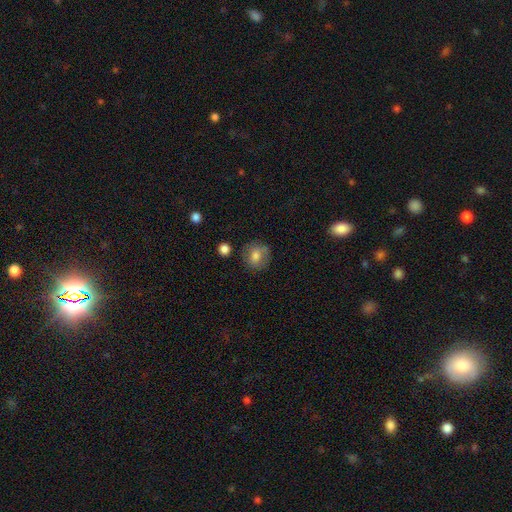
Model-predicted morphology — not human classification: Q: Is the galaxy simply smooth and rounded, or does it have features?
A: smooth — 76%.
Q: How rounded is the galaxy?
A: round — 80%.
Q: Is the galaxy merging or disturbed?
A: none — 75%.